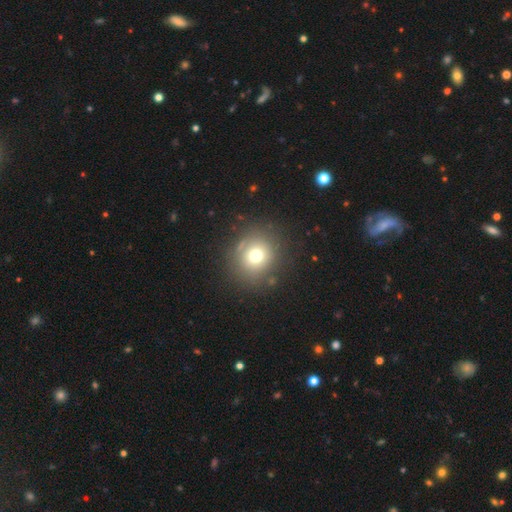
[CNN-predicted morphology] This appears to be a smooth galaxy with no disk features (69%) that is round (87%). Merging: none (82%).